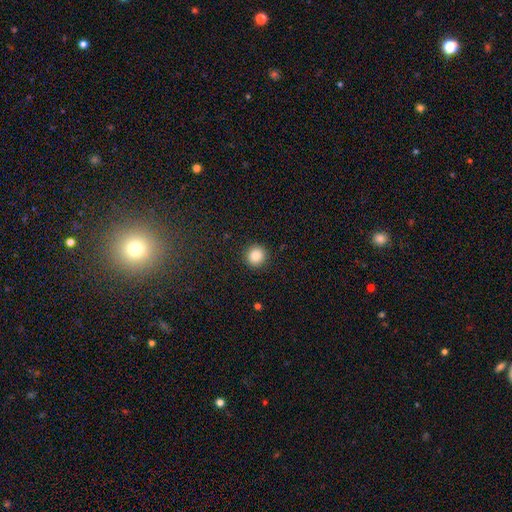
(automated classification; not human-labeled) The model was most divided on "smooth or featured": smooth: 86%, star or artifact: 10%, featured or disk: 4%. More confident: how rounded — round (93%); merging — none (92%).